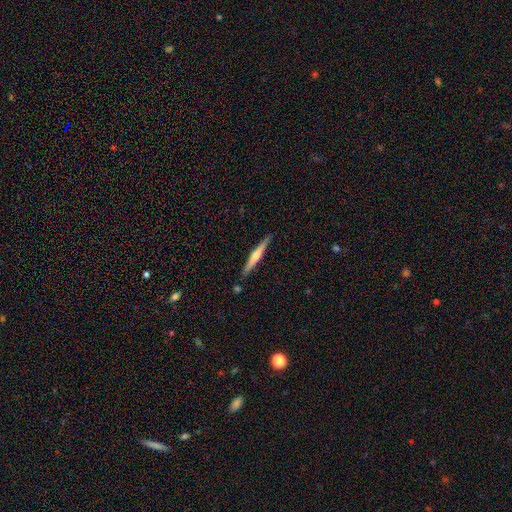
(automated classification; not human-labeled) Morphology: type=featured or disk (55%); edge-on=yes (97%); edge-on bulge=rounded (68%); merging=none (88%).